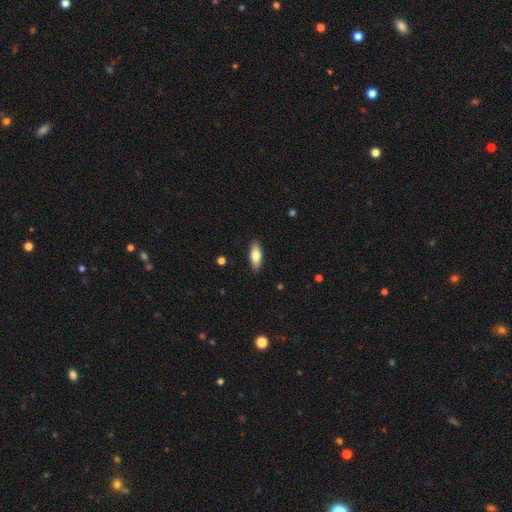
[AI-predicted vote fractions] Smooth or featured? Predicted: smooth (p=0.79). How rounded? Predicted: in between (p=0.77). Merging? Predicted: none (p=0.89).